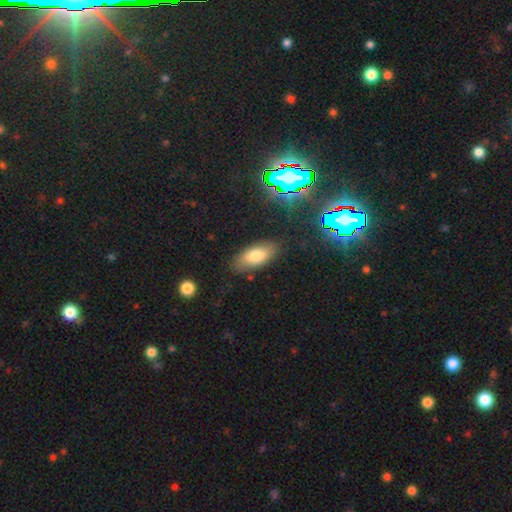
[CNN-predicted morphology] Smooth or featured?
  - smooth: 75% *
  - featured or disk: 15%
  - star or artifact: 10%
How rounded?
  - in between: 89% *
  - cigar-shaped: 8%
  - round: 3%
Merging?
  - none: 81% *
  - minor disturbance: 13%
  - major disturbance: 3%
  - merger: 2%